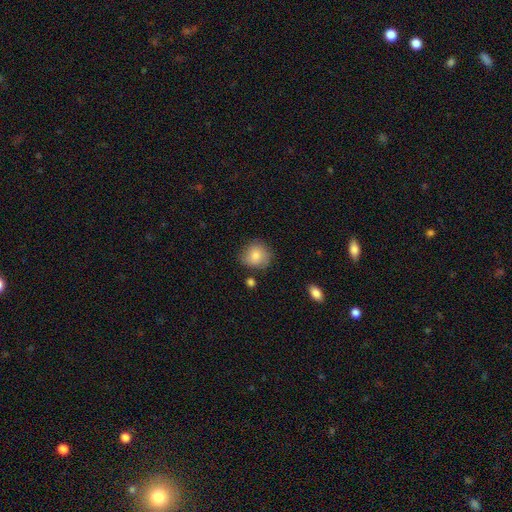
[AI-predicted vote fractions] smooth-or-featured: smooth: 82% | featured or disk: 10% | star or artifact: 8%
  how-rounded: round: 83% | in between: 16% | cigar-shaped: 1%
  merging: none: 76% | minor disturbance: 17% | major disturbance: 4% | merger: 3%